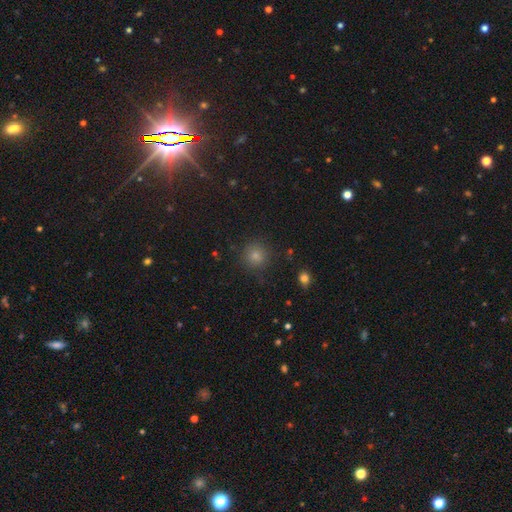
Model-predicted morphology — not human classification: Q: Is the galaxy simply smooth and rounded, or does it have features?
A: smooth — 79%.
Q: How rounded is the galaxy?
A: round — 92%.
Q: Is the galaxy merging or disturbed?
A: none — 85%.